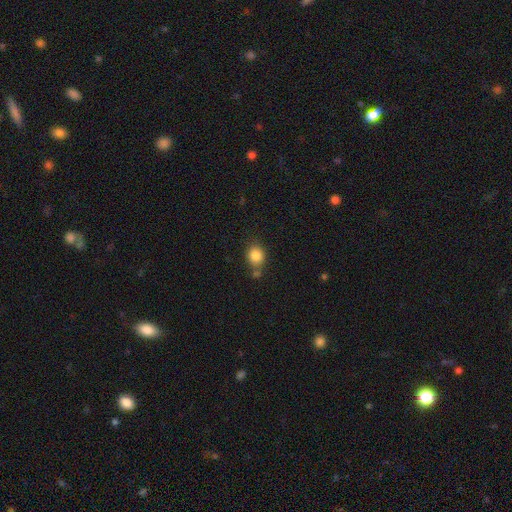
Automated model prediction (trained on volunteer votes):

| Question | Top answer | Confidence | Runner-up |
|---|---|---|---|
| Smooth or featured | smooth | 84% | star or artifact (10%) |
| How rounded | round | 69% | in between (30%) |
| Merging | none | 65% | minor disturbance (15%) |